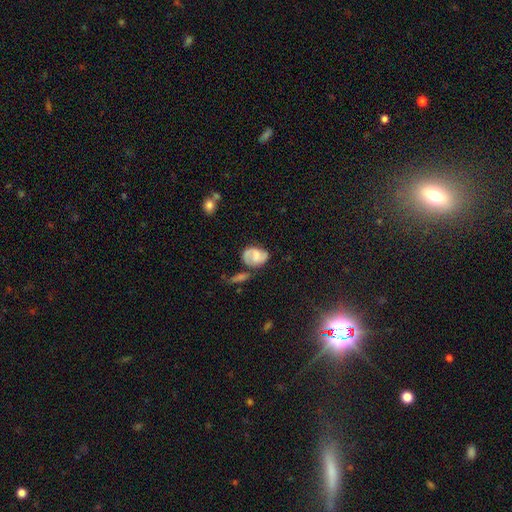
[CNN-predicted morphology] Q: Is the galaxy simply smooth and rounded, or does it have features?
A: featured or disk — 62%.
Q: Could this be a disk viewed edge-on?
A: no — 97%.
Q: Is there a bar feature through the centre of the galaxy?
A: weak — 43%.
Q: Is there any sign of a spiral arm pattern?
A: yes — 86%.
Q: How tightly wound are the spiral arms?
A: medium — 46%.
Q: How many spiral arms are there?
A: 2 — 80%.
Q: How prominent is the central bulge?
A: none — 35%.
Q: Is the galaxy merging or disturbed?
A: none — 55%.